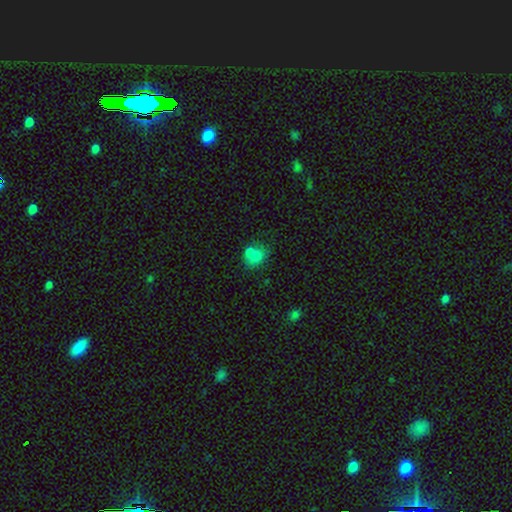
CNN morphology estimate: smooth_or_featured: smooth (p=0.69) [alt: featured or disk p=0.19]
how_rounded: in between (p=0.51) [alt: round p=0.48]
merging: merger (p=0.50) [alt: none p=0.32]